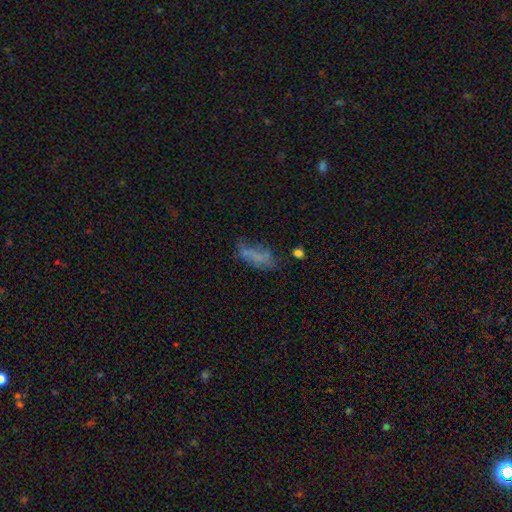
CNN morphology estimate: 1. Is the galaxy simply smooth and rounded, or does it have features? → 53% smooth, 31% featured or disk, 17% star or artifact.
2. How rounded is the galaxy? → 70% in between, 26% cigar-shaped, 4% round.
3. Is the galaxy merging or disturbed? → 37% none, 28% major disturbance, 26% minor disturbance, 9% merger.